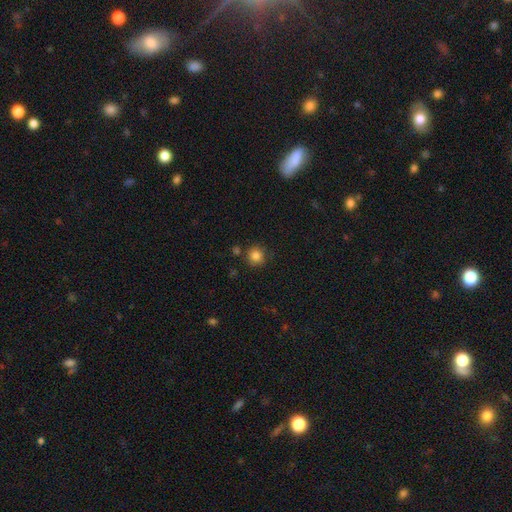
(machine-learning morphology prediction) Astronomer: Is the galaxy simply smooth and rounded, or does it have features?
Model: smooth — 83%.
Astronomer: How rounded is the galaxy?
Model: round — 94%.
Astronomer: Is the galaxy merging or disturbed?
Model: none — 84%.